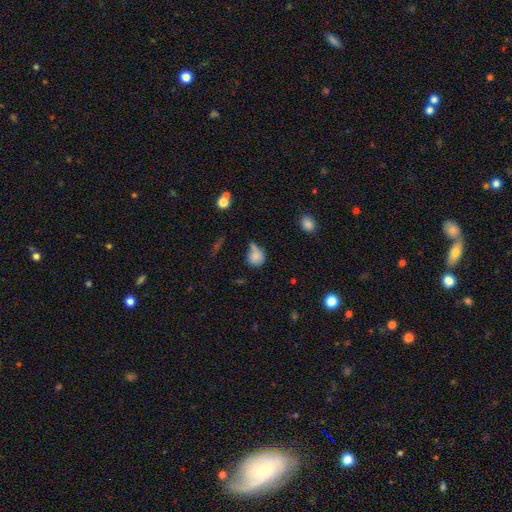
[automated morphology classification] This appears to be a smooth galaxy with no disk features (77%) that is round (75%). Merging: none (41%).